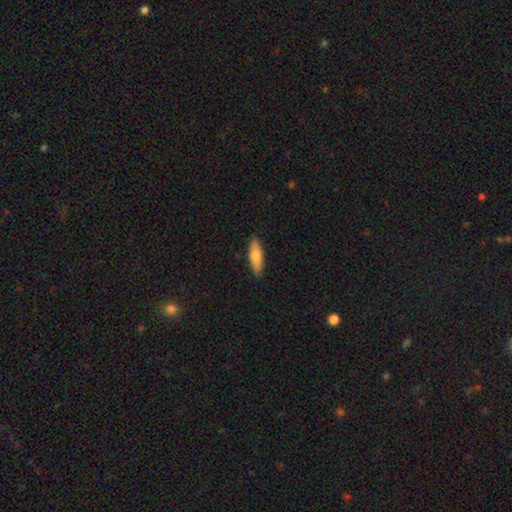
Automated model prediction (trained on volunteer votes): Smooth or featured? Predicted: smooth (p=0.74). How rounded? Predicted: cigar-shaped (p=0.53). Merging? Predicted: none (p=0.87).